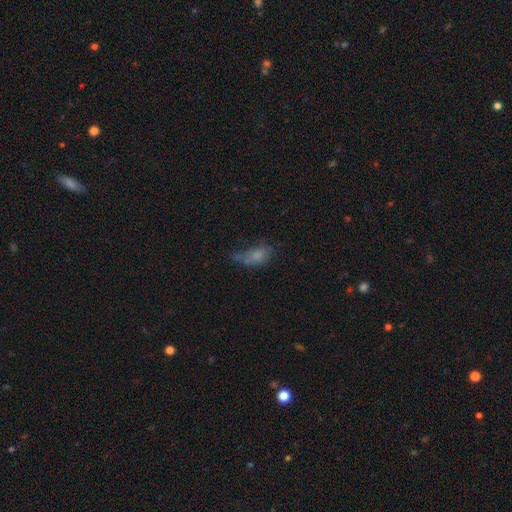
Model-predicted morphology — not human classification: smooth 65%, featured or disk 19%, star or artifact 16%. Down the decision tree: how rounded — in between (80%); merging — none (33%).